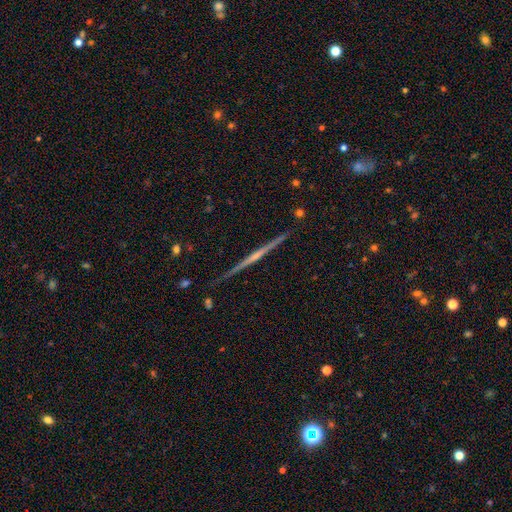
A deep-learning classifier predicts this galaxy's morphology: This appears to be a featured or disk galaxy (78%) viewed edge-on (98%) with no central bulge (51%). Merging: none (89%).